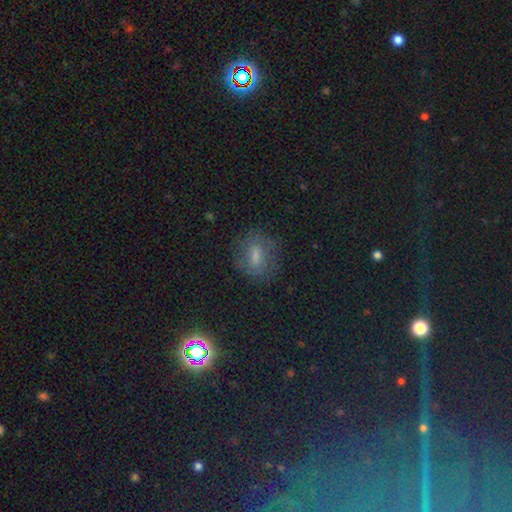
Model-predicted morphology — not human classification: smooth_or_featured: smooth (p=0.46) [alt: star or artifact p=0.32]
merging: none (p=0.75) [alt: minor disturbance p=0.16]